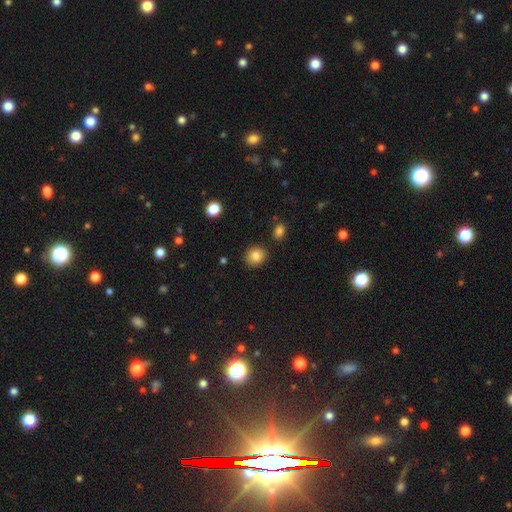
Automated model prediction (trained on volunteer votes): A smooth galaxy with no disk features (85%) that is round (75%). Merging: none (87%).